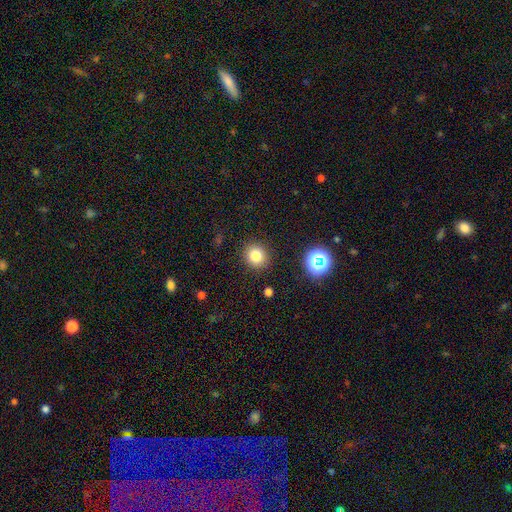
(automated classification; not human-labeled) A smooth galaxy with no disk features (79%) that is round (84%).

Vote fractions:
- Smooth or featured? smooth: 79% / star or artifact: 14% / featured or disk: 6%
- How rounded? round: 84% / in between: 15% / cigar-shaped: 1%
- Merging? none: 89% / minor disturbance: 7% / major disturbance: 3% / merger: 2%